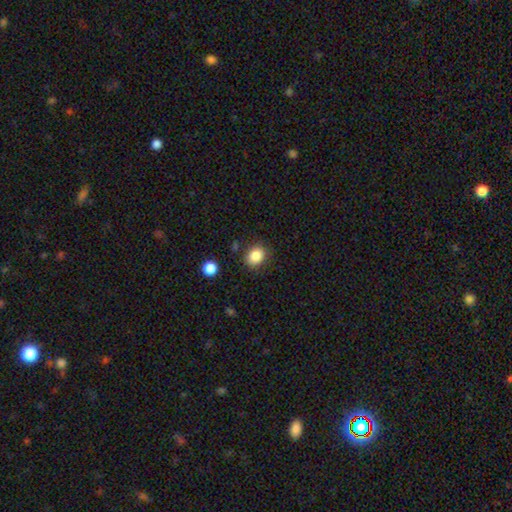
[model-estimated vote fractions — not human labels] smooth-or-featured: smooth: 85% | star or artifact: 10% | featured or disk: 5%
  how-rounded: round: 55% | in between: 44% | cigar-shaped: 1%
  merging: none: 83% | minor disturbance: 11% | major disturbance: 3% | merger: 3%